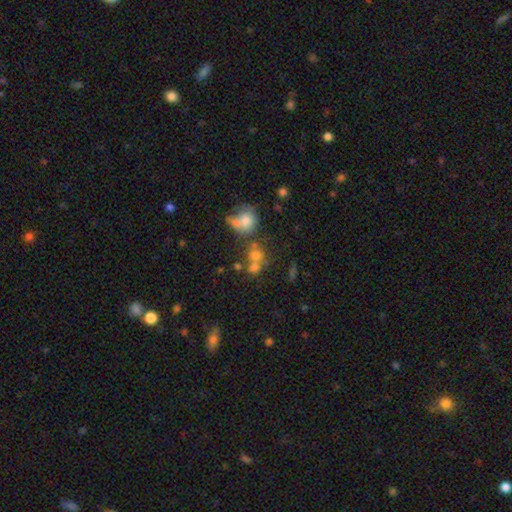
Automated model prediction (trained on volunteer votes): This appears to be a smooth galaxy with no disk features (64%) that is round (66%). Merging: merger (44%).